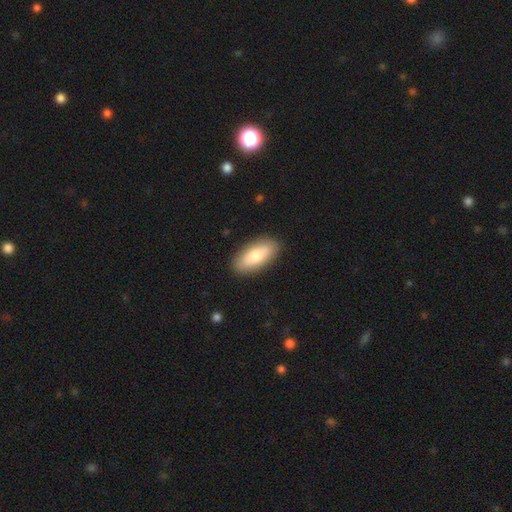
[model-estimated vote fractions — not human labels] smooth_or_featured: smooth (p=0.77) [alt: featured or disk p=0.18]
how_rounded: in between (p=0.87) [alt: cigar-shaped p=0.11]
merging: none (p=0.88) [alt: minor disturbance p=0.09]